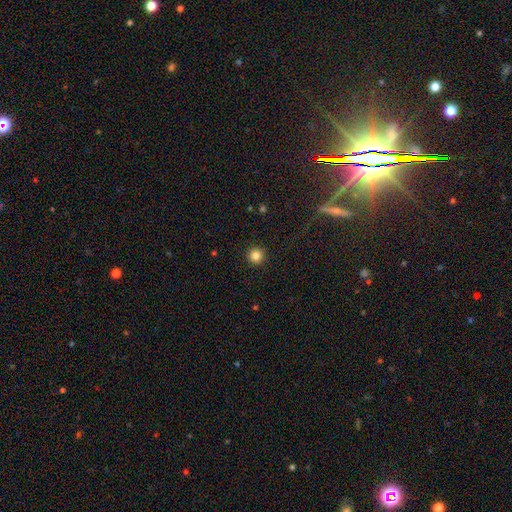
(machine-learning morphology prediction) Smooth or featured?
  - smooth: 84% *
  - star or artifact: 12%
  - featured or disk: 5%
How rounded?
  - round: 96% *
  - in between: 3%
  - cigar-shaped: 1%
Merging?
  - none: 93% *
  - minor disturbance: 4%
  - major disturbance: 2%
  - merger: 1%